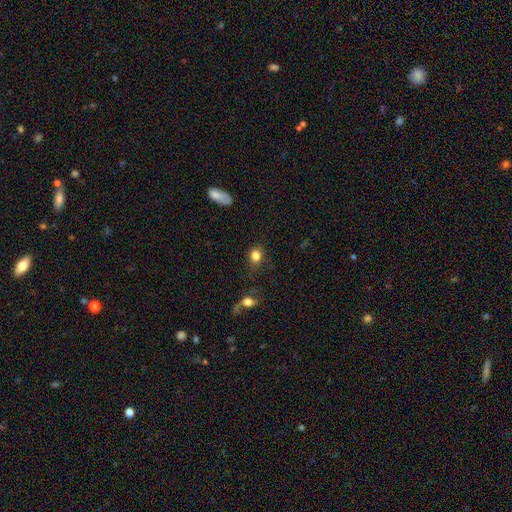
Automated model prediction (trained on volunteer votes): Overall: smooth (81%). How rounded: round (63%; in between 35%). Merging: none (69%).